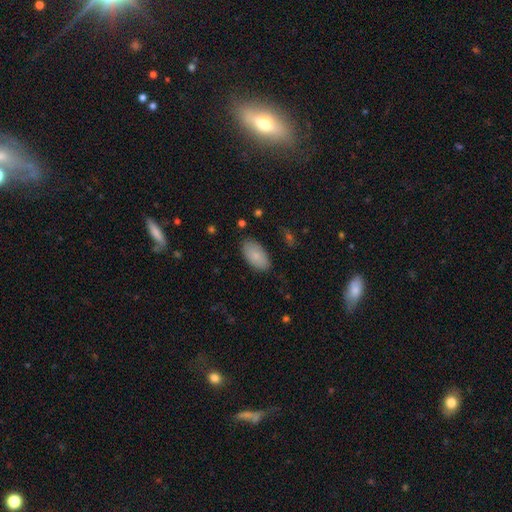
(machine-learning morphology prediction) This appears to be a smooth galaxy with no disk features (84%) that is in between round and cigar-shaped (95%). Merging: none (83%).